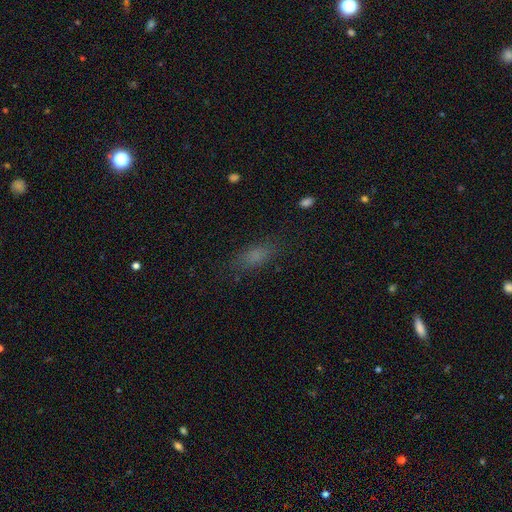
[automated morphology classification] Q: Smooth or featured?
A: smooth (73%); runner-up: star or artifact (16%)
Q: How rounded?
A: in between (69%); runner-up: cigar-shaped (25%)
Q: Merging?
A: none (77%); runner-up: minor disturbance (15%)